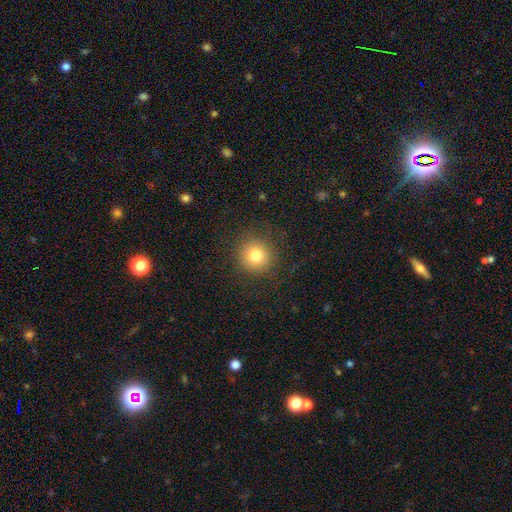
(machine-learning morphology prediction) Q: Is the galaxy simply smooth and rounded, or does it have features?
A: smooth — 78%.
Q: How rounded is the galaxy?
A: round — 94%.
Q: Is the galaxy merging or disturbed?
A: none — 87%.